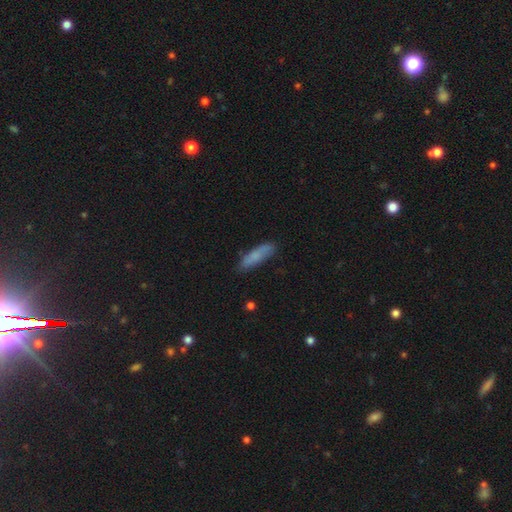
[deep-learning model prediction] This is likely a smooth galaxy (77%). How rounded: likely cigar-shaped (68%). Merging: clearly none (81%).